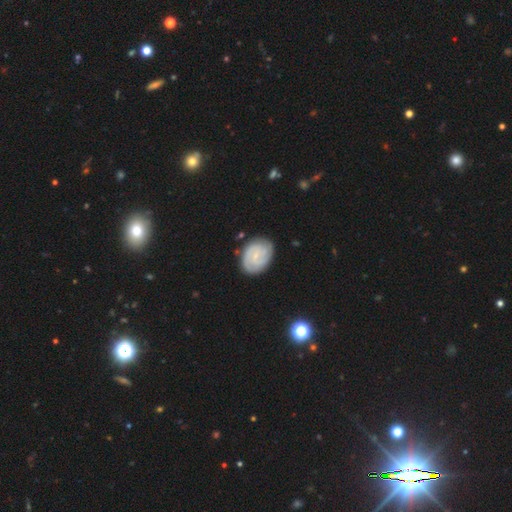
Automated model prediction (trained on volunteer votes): Smooth or featured: featured or disk — 75% (smooth — 20%)
Edge-on disk: no — 98% (yes — 2%)
Bar: no — 54% (weak — 40%)
Spiral arms: yes — 95% (no — 5%)
Spiral winding: tight — 67% (medium — 27%)
Spiral arm count: 2 — 40% (can't tell — 25%)
Bulge size: small — 76% (moderate — 12%)
Merging: none — 80% (minor disturbance — 15%)